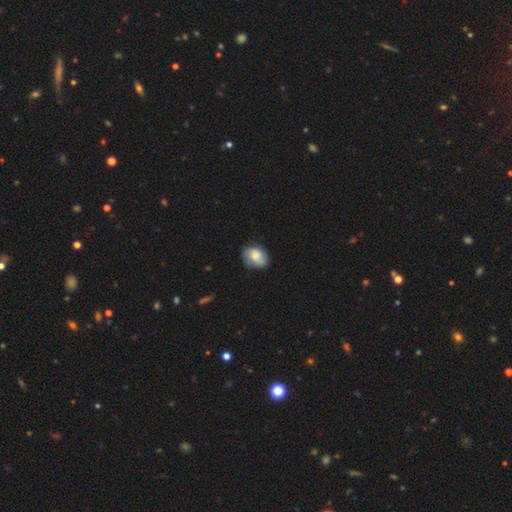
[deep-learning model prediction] Smooth or featured? smooth (65%)
How rounded? in between (57%)
Merging? none (66%)